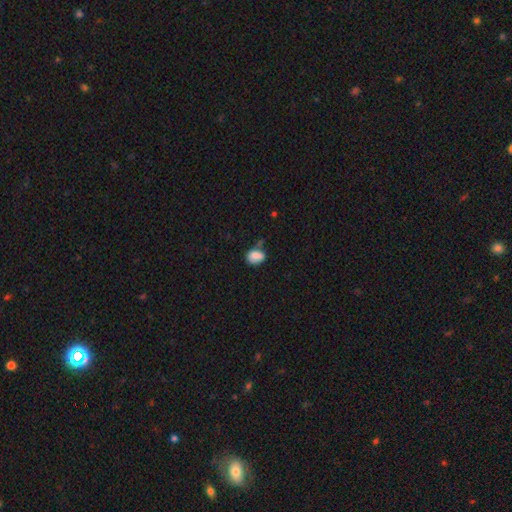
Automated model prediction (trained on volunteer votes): Smooth or featured? smooth (84%)
How rounded? in between (68%)
Merging? none (58%)